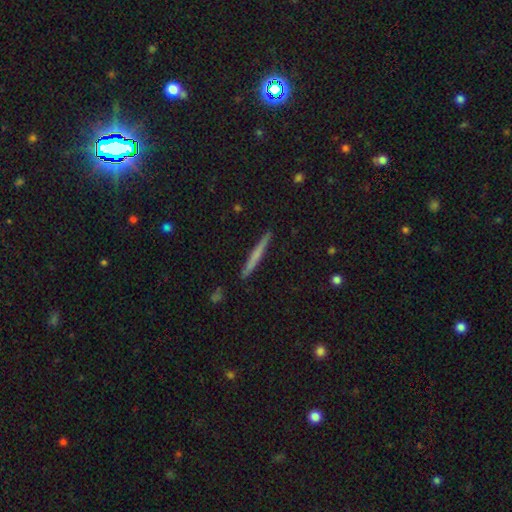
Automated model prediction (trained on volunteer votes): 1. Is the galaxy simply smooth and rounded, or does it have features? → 51% smooth, 43% featured or disk, 6% star or artifact.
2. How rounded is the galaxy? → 96% cigar-shaped, 2% in between, 2% round.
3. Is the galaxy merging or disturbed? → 92% none, 6% minor disturbance, 1% merger, 1% major disturbance.